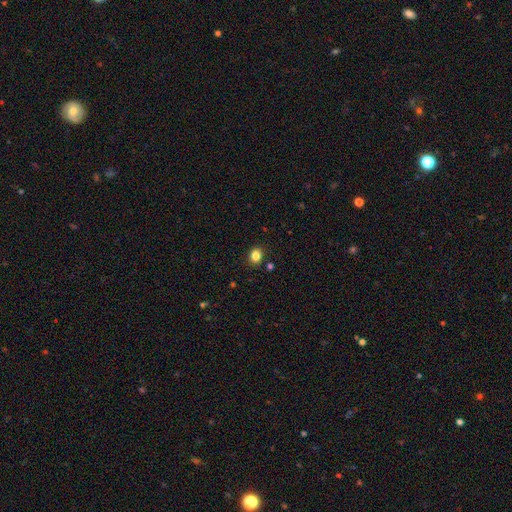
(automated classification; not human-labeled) This is clearly a smooth galaxy (83%). How rounded: possibly round (59%). Merging: clearly none (87%).